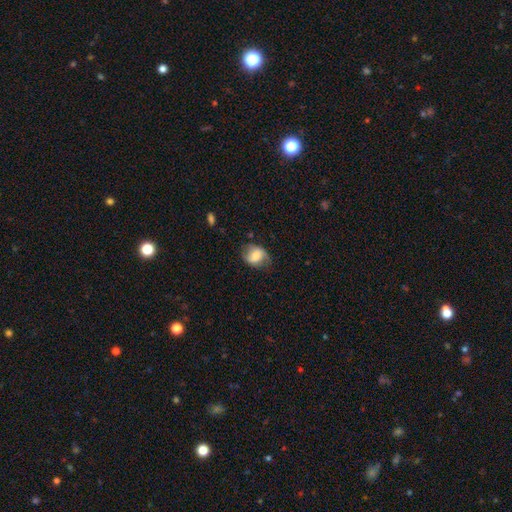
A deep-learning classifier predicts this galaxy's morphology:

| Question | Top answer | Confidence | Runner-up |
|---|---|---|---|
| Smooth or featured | smooth | 62% | featured or disk (30%) |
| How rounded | in between | 53% | round (46%) |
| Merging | none | 60% | minor disturbance (28%) |